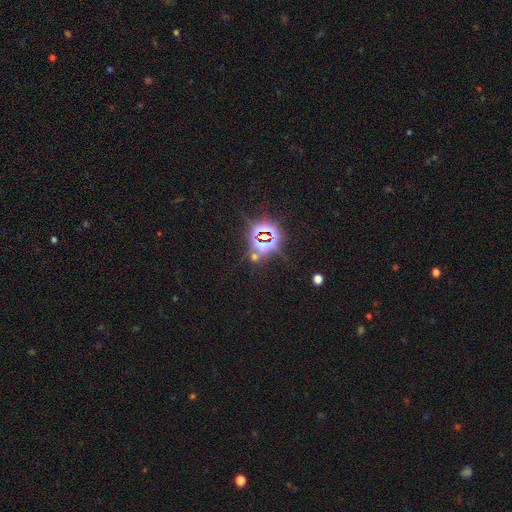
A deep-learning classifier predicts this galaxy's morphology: A star or artifact, not a galaxy (82%).